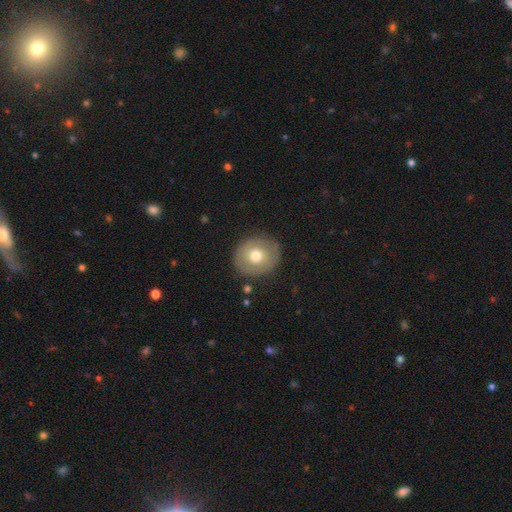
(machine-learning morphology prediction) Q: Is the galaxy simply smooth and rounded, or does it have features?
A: smooth — 64%.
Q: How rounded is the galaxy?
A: round — 81%.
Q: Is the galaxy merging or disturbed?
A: none — 85%.